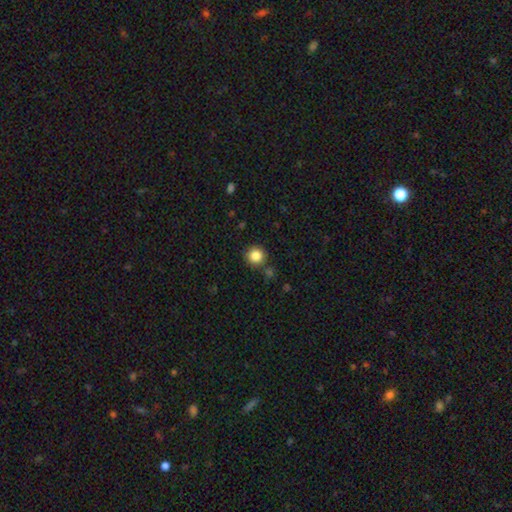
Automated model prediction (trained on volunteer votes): Smooth or featured?
  - smooth: 85% *
  - star or artifact: 11%
  - featured or disk: 5%
How rounded?
  - round: 94% *
  - in between: 5%
  - cigar-shaped: 1%
Merging?
  - none: 86% *
  - minor disturbance: 8%
  - merger: 4%
  - major disturbance: 2%